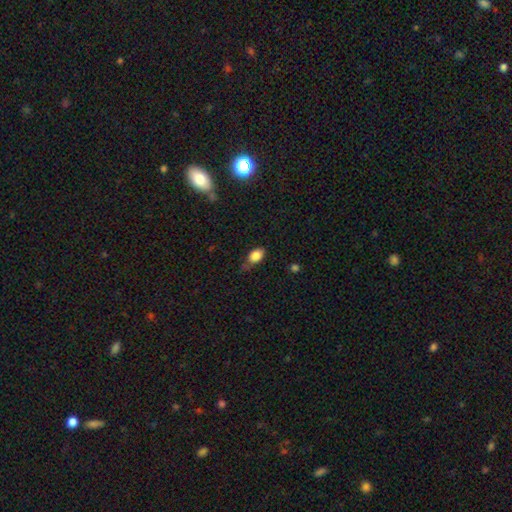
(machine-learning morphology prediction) This is clearly a smooth galaxy (84%). How rounded: clearly in between (83%). Merging: possibly none (53%).